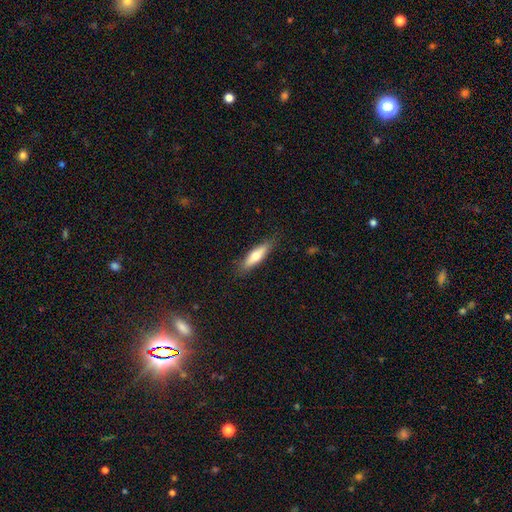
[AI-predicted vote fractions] Smooth or featured? smooth (66%)
How rounded? cigar-shaped (64%)
Merging? none (84%)